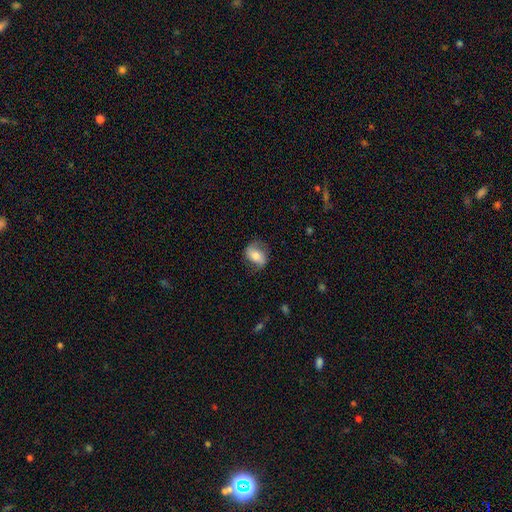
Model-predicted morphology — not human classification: A smooth galaxy with no disk features (53%) that is in between round and cigar-shaped (71%).

Vote fractions:
- Smooth or featured? smooth: 53% / featured or disk: 39% / star or artifact: 8%
- How rounded? in between: 71% / round: 26% / cigar-shaped: 3%
- Merging? none: 71% / minor disturbance: 20% / major disturbance: 8% / merger: 1%